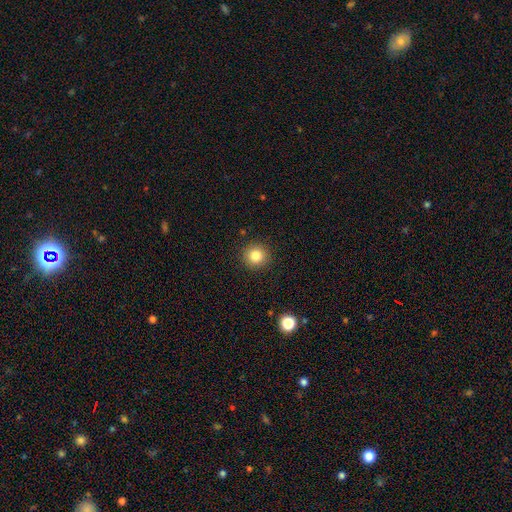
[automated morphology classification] The model was most divided on "smooth or featured": smooth: 83%, star or artifact: 11%, featured or disk: 6%. More confident: how rounded — round (93%); merging — none (92%).